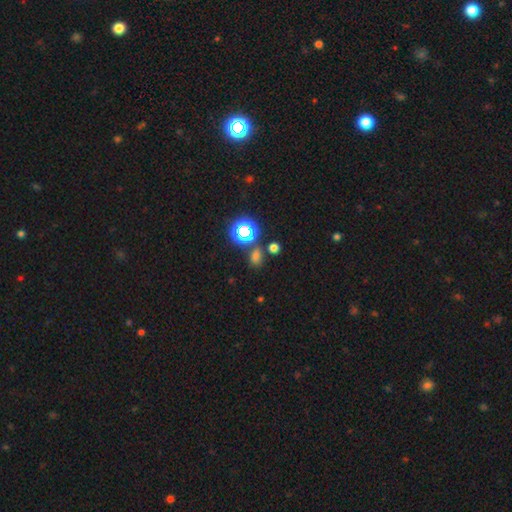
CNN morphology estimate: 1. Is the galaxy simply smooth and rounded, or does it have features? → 61% smooth, 33% star or artifact, 6% featured or disk.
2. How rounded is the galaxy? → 61% in between, 36% round, 2% cigar-shaped.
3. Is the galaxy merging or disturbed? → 71% none, 12% minor disturbance, 12% merger, 5% major disturbance.